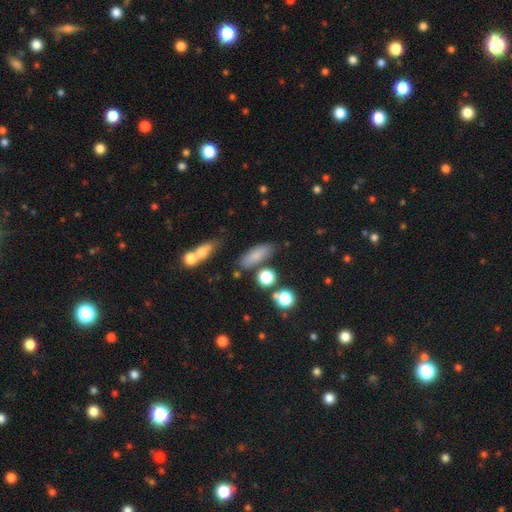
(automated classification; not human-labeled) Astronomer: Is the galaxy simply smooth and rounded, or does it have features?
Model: smooth — 79%.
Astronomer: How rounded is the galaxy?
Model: in between — 62%.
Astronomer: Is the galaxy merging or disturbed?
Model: none — 74%.